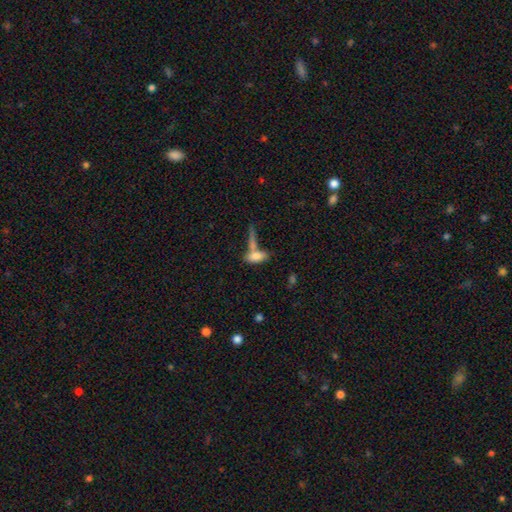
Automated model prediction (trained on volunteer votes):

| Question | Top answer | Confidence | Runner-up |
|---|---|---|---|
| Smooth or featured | smooth | 76% | featured or disk (15%) |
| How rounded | in between | 75% | cigar-shaped (21%) |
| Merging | merger | 45% | none (35%) |